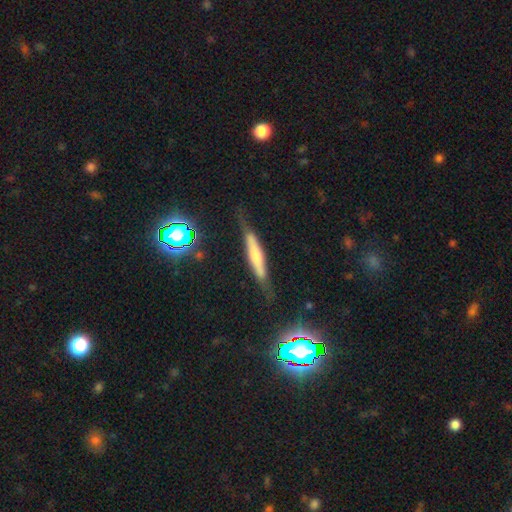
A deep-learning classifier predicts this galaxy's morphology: Smooth or featured: featured or disk — 47% (smooth — 44%)
Merging: none — 68% (minor disturbance — 22%)